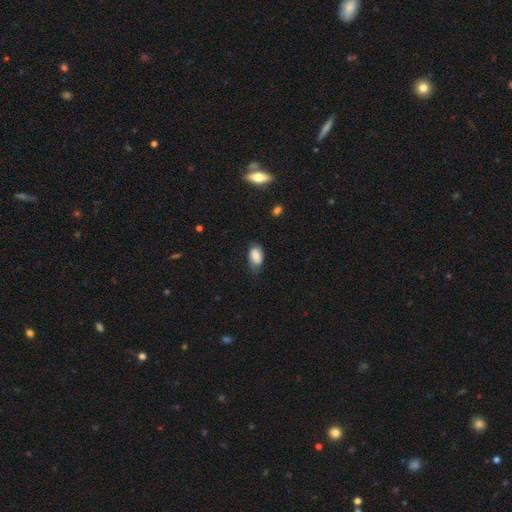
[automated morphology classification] Smooth or featured: smooth — 78% (featured or disk — 14%)
How rounded: in between — 91% (round — 7%)
Merging: none — 53% (minor disturbance — 36%)